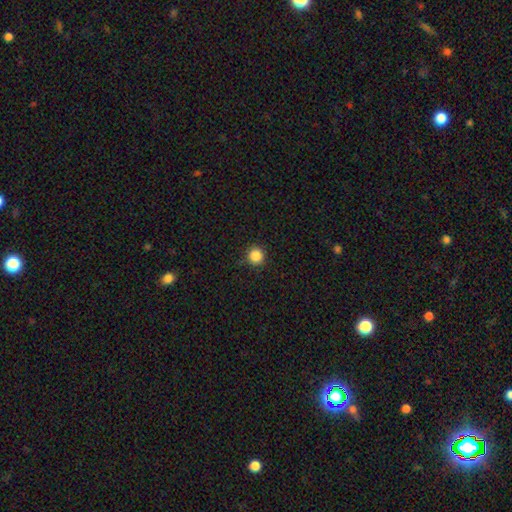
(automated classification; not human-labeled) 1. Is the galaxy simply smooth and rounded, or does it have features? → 86% smooth, 11% star or artifact, 3% featured or disk.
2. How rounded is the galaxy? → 94% round, 5% in between, 1% cigar-shaped.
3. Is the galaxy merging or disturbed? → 91% none, 6% minor disturbance, 2% major disturbance, 1% merger.